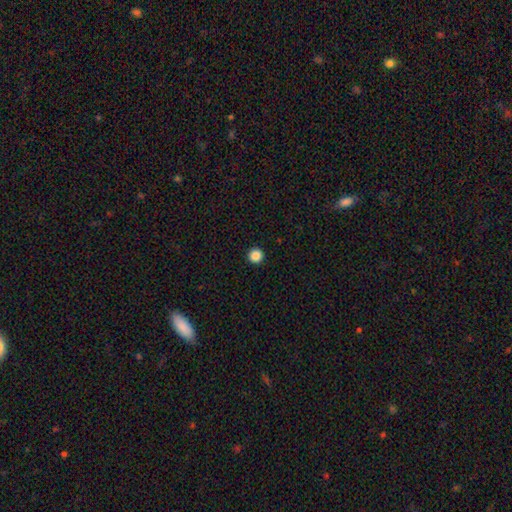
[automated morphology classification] Smooth or featured: smooth — 87% (star or artifact — 10%)
How rounded: round — 96% (in between — 3%)
Merging: none — 94% (minor disturbance — 3%)